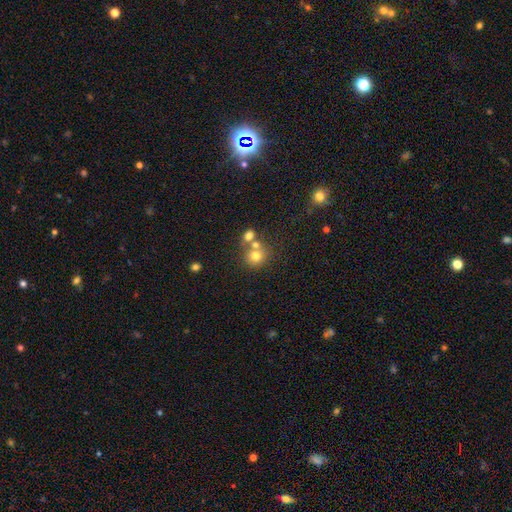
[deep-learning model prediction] The model was most divided on "merging": none: 51%, merger: 37%, minor disturbance: 9%, major disturbance: 4%. More confident: how rounded — round (82%); smooth or featured — smooth (72%).